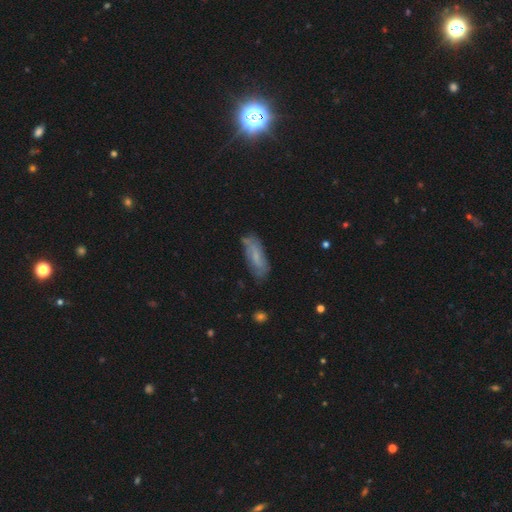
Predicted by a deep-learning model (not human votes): The model was most divided on "smooth or featured": smooth: 53%, featured or disk: 38%, star or artifact: 9%. More confident: merging — none (68%); how rounded — in between (61%).